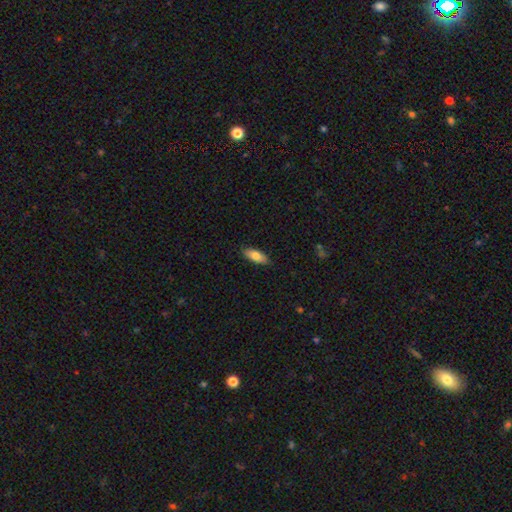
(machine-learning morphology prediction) This is likely a smooth galaxy (78%). How rounded: likely in between (77%). Merging: clearly none (87%).